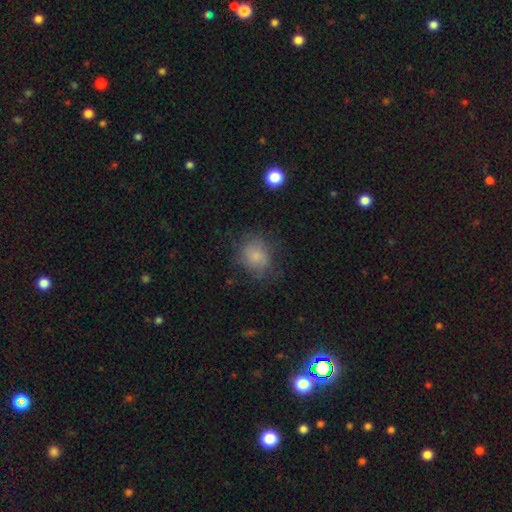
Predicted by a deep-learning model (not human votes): The model was most divided on "how rounded": round: 63%, in between: 36%, cigar-shaped: 1%. More confident: smooth or featured — smooth (76%); merging — none (65%).